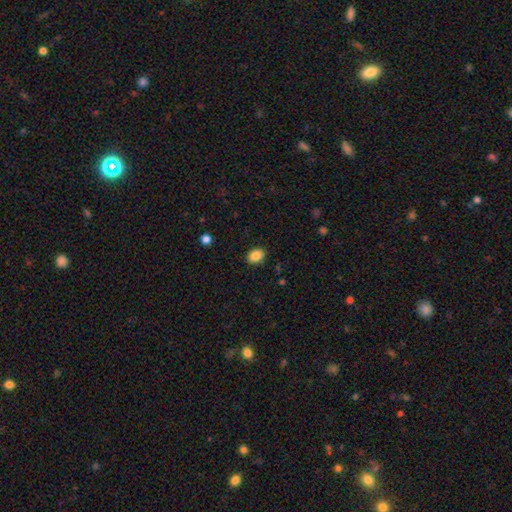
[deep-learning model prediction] Morphology: type=smooth (86%); roundness=in between (65%); merging=none (89%).